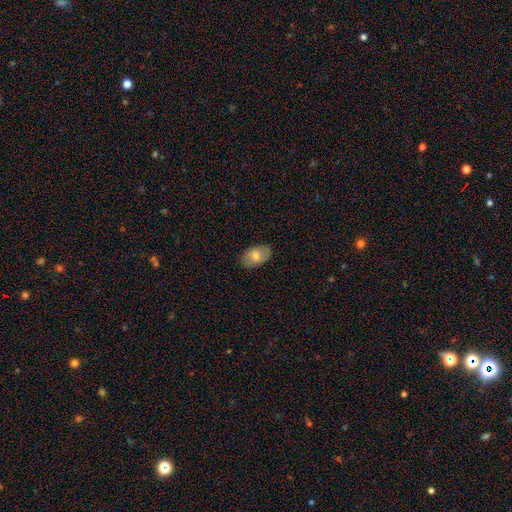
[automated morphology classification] Q: Smooth or featured?
A: smooth (70%); runner-up: featured or disk (23%)
Q: How rounded?
A: in between (91%); runner-up: round (8%)
Q: Merging?
A: none (84%); runner-up: minor disturbance (12%)